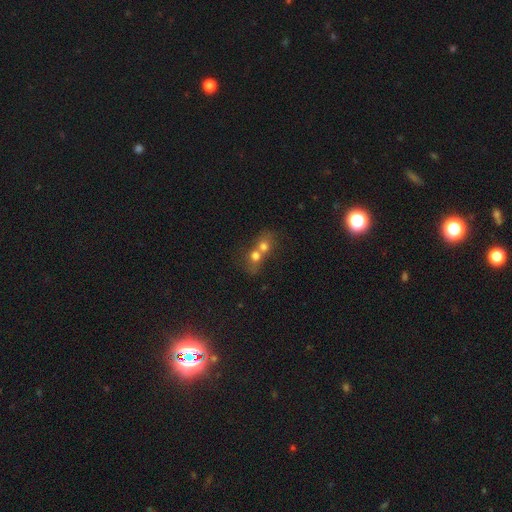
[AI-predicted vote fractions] Smooth or featured? Predicted: smooth (p=0.67). How rounded? Predicted: round (p=0.66). Merging? Predicted: merger (p=0.77).